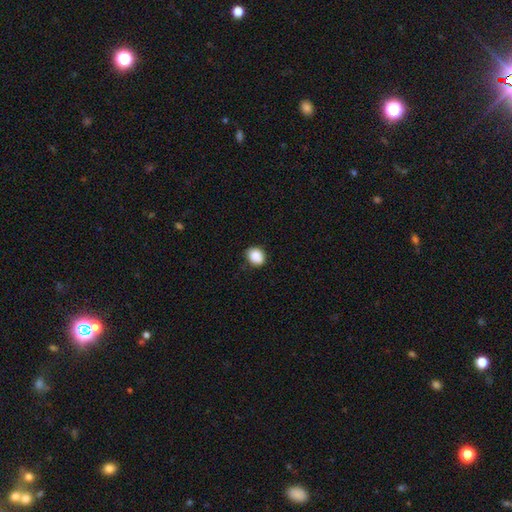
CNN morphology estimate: Q: Smooth or featured?
A: smooth (87%); runner-up: star or artifact (8%)
Q: How rounded?
A: round (55%); runner-up: in between (44%)
Q: Merging?
A: none (83%); runner-up: minor disturbance (14%)